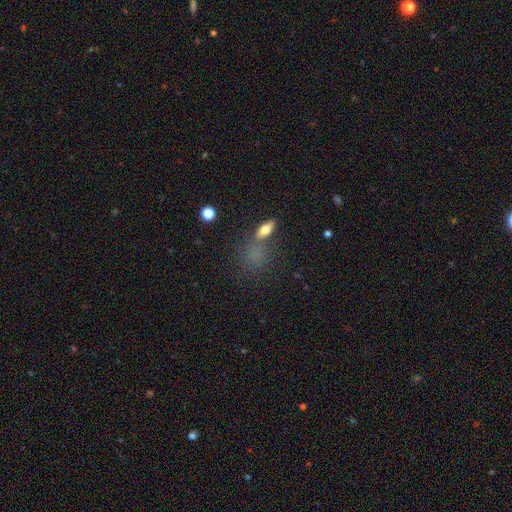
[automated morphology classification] Q: Smooth or featured?
A: smooth (64%); runner-up: star or artifact (21%)
Q: How rounded?
A: in between (49%); runner-up: round (38%)
Q: Merging?
A: none (49%); runner-up: merger (22%)